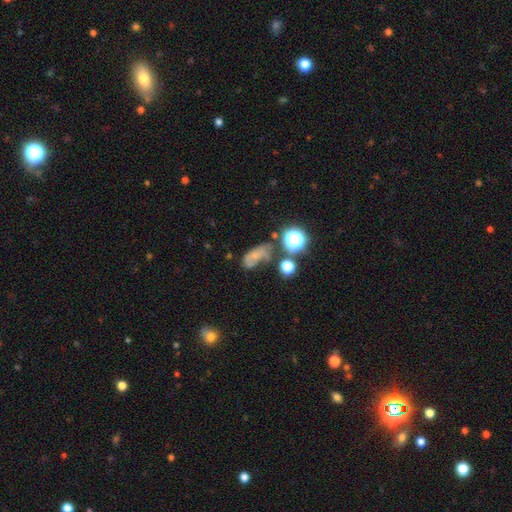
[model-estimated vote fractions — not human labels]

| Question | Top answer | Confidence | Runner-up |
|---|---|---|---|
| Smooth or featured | smooth | 42% | featured or disk (33%) |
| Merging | none | 39% | minor disturbance (26%) |